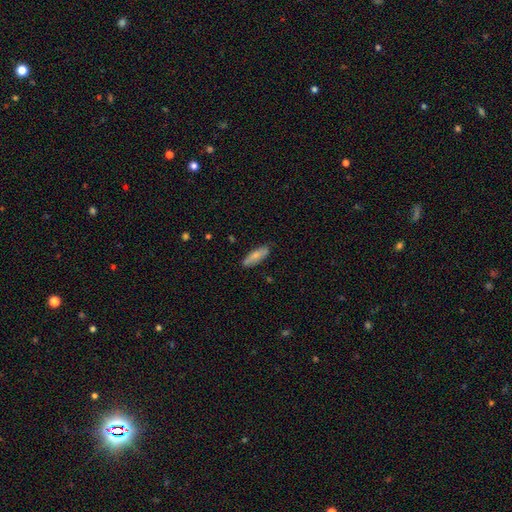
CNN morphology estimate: Overall: smooth (76%). How rounded: in between (50%; cigar-shaped 48%). Merging: none (83%).